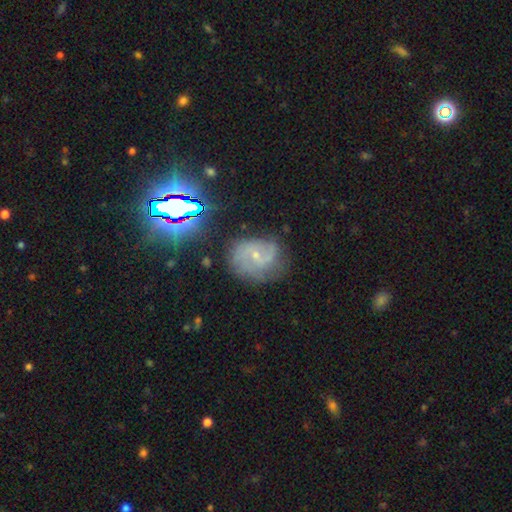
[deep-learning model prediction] Smooth or featured: featured or disk — 72% (smooth — 15%)
Edge-on disk: no — 97% (yes — 3%)
Bar: no — 53% (weak — 39%)
Spiral arms: yes — 92% (no — 8%)
Spiral winding: medium — 47% (tight — 31%)
Spiral arm count: 2 — 46% (can't tell — 24%)
Bulge size: small — 75% (moderate — 19%)
Merging: none — 62% (minor disturbance — 24%)